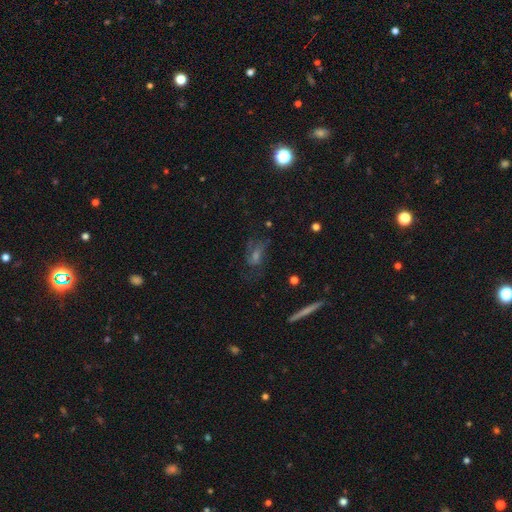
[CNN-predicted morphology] This is possibly a featured or disk galaxy (58%). It is clearly not viewed edge-on (87%). Bar: possibly no (55%). Spiral arm pattern: likely yes (78%). Central bulge: possibly moderate (47%). Merging: likely none (65%).